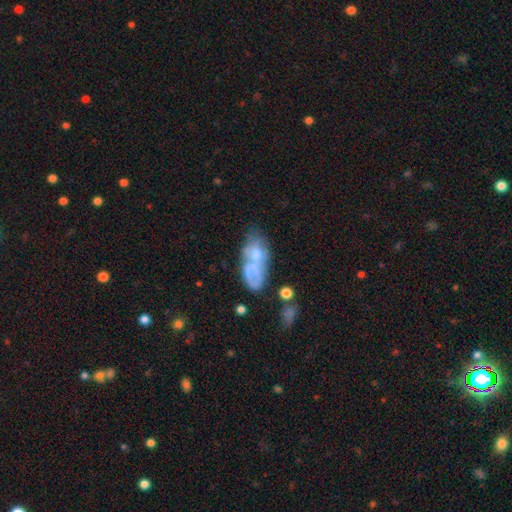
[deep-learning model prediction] smooth_or_featured: featured or disk (p=0.48) [alt: smooth p=0.40]
merging: none (p=0.35) [alt: merger p=0.23]